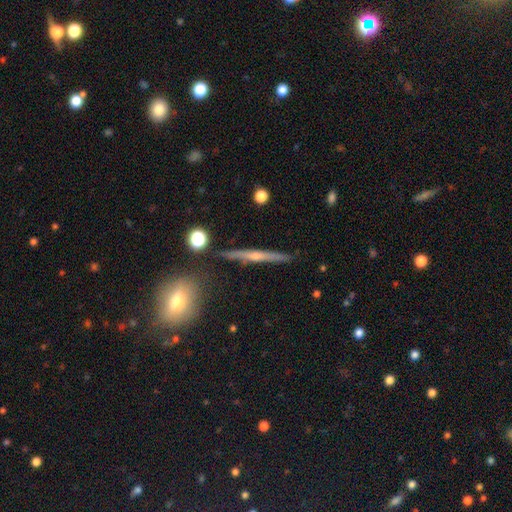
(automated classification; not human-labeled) This appears to be a featured or disk galaxy (65%) viewed edge-on (97%) with a rounded central bulge (66%). Merging: none (87%).